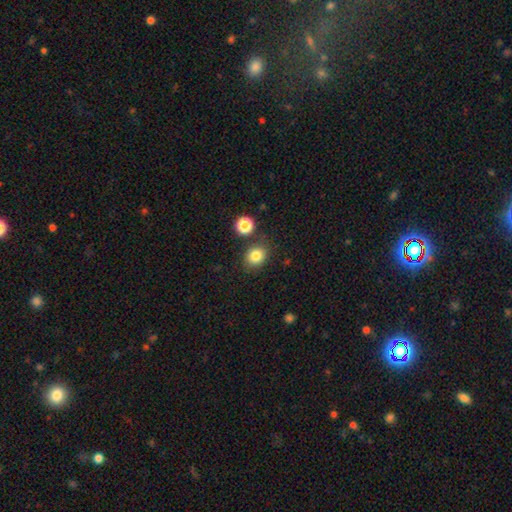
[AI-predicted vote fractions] Overall: smooth (83%). How rounded: round (64%; in between 35%). Merging: none (79%).